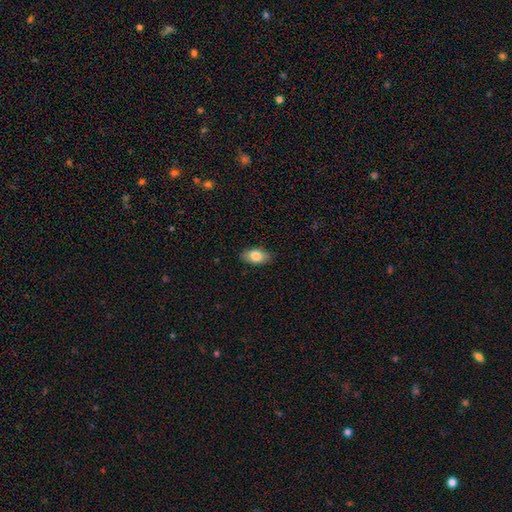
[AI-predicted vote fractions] Q: Smooth or featured?
A: smooth (82%); runner-up: featured or disk (12%)
Q: How rounded?
A: in between (91%); runner-up: round (5%)
Q: Merging?
A: none (87%); runner-up: minor disturbance (10%)